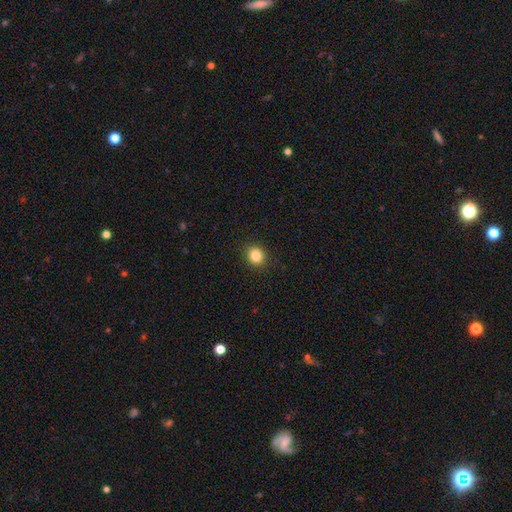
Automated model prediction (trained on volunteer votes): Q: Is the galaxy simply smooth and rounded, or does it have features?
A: smooth — 84%.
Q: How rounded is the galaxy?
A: round — 81%.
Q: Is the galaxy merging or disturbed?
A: none — 91%.